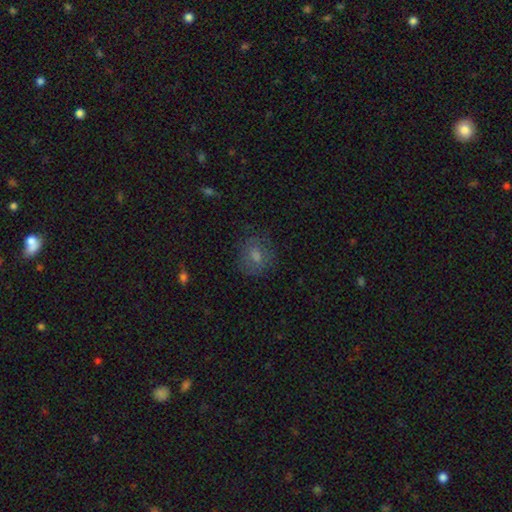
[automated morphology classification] A smooth galaxy with no disk features (66%) that is round (69%).

Vote fractions:
- Smooth or featured? smooth: 66% / featured or disk: 20% / star or artifact: 13%
- How rounded? round: 69% / in between: 30% / cigar-shaped: 1%
- Merging? none: 74% / minor disturbance: 17% / major disturbance: 8% / merger: 1%